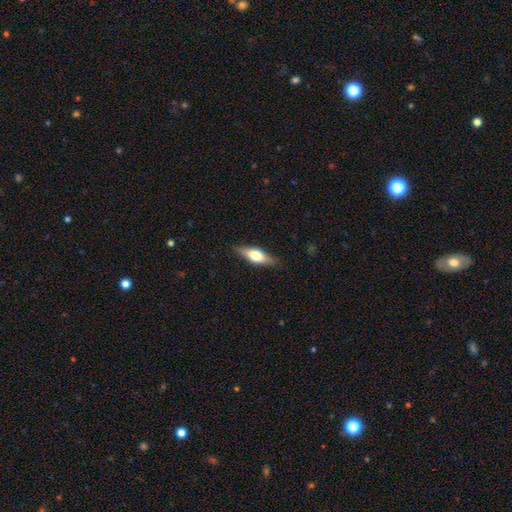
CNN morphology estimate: smooth-or-featured: smooth: 52% | featured or disk: 42% | star or artifact: 6%
  how-rounded: in between: 57% | cigar-shaped: 39% | round: 3%
  merging: none: 84% | minor disturbance: 12% | major disturbance: 2% | merger: 1%